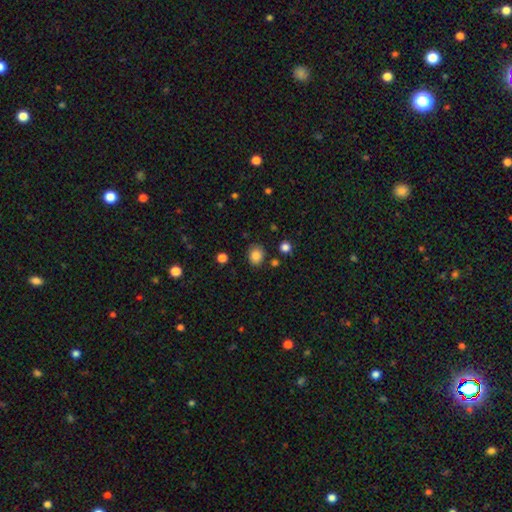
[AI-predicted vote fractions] Smooth or featured?
  - smooth: 85% *
  - star or artifact: 11%
  - featured or disk: 4%
How rounded?
  - round: 62% *
  - in between: 38%
  - cigar-shaped: 1%
Merging?
  - none: 80% *
  - minor disturbance: 13%
  - merger: 3%
  - major disturbance: 3%